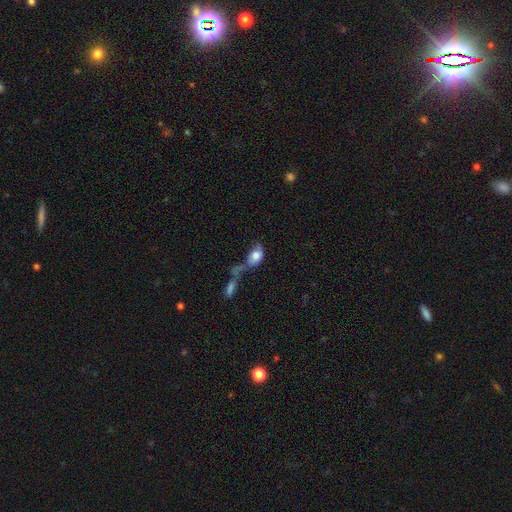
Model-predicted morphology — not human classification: A smooth galaxy with no disk features (67%) that is in between round and cigar-shaped (79%).

Vote fractions:
- Smooth or featured? smooth: 67% / featured or disk: 25% / star or artifact: 8%
- How rounded? in between: 79% / round: 17% / cigar-shaped: 4%
- Merging? merger: 58% / major disturbance: 20% / none: 13% / minor disturbance: 9%